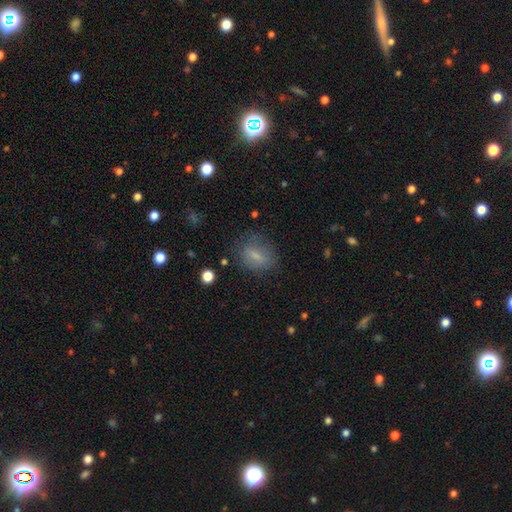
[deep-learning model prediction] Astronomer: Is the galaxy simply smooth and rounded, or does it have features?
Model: smooth — 67%.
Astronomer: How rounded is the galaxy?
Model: in between — 65%.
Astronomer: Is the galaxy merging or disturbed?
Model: none — 71%.